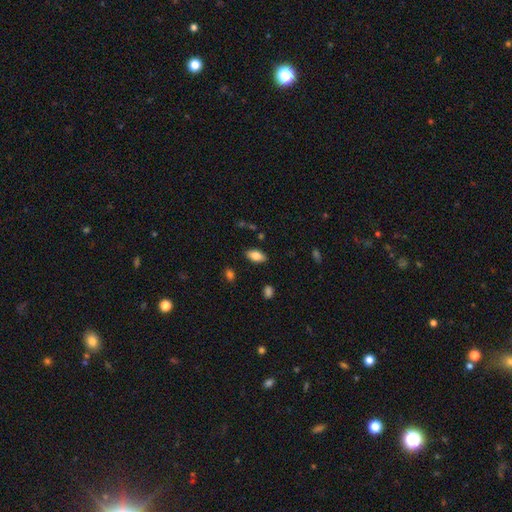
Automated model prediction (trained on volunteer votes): Smooth or featured?
  - smooth: 81% *
  - featured or disk: 11%
  - star or artifact: 8%
How rounded?
  - in between: 92% *
  - cigar-shaped: 5%
  - round: 3%
Merging?
  - none: 86% *
  - minor disturbance: 10%
  - major disturbance: 2%
  - merger: 2%